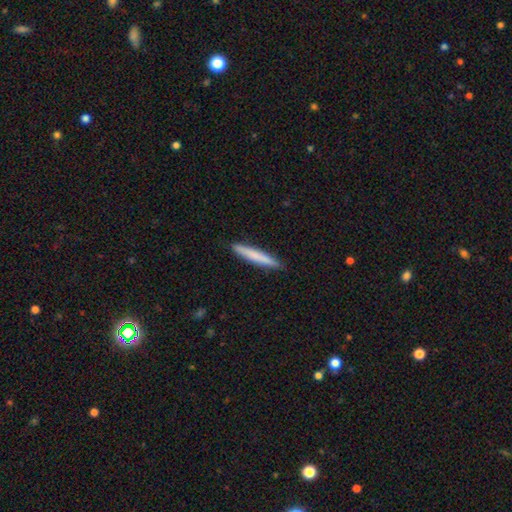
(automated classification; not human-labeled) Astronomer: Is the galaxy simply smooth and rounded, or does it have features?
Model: smooth — 74%.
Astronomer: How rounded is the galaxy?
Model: cigar-shaped — 96%.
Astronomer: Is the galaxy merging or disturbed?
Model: none — 91%.